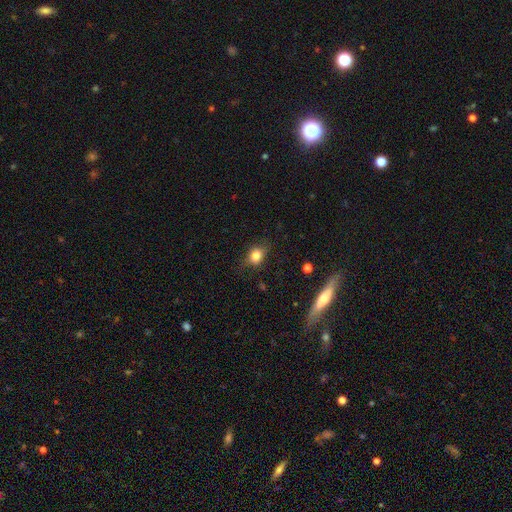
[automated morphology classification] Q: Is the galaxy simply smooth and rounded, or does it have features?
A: smooth — 81%.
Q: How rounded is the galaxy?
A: in between — 51%.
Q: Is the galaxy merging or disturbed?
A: none — 76%.